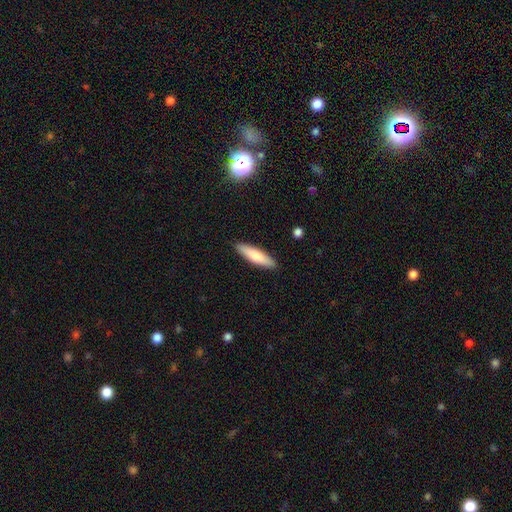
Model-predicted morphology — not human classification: Q: Smooth or featured?
A: smooth (77%); runner-up: featured or disk (18%)
Q: How rounded?
A: cigar-shaped (71%); runner-up: in between (27%)
Q: Merging?
A: none (90%); runner-up: minor disturbance (7%)